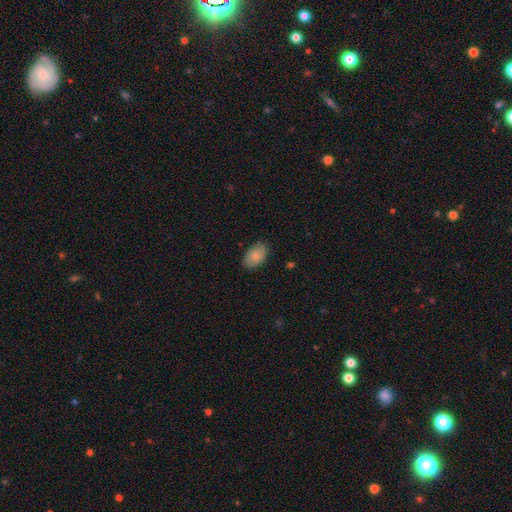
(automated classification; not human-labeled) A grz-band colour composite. It shows a smooth galaxy with no disk features (84%) that is in between round and cigar-shaped (91%). Merging: none (83%).